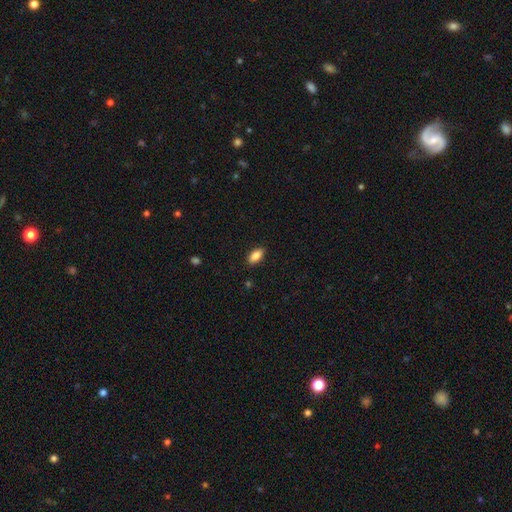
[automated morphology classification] Q: Smooth or featured?
A: smooth (85%); runner-up: featured or disk (8%)
Q: How rounded?
A: in between (90%); runner-up: cigar-shaped (7%)
Q: Merging?
A: none (88%); runner-up: minor disturbance (9%)